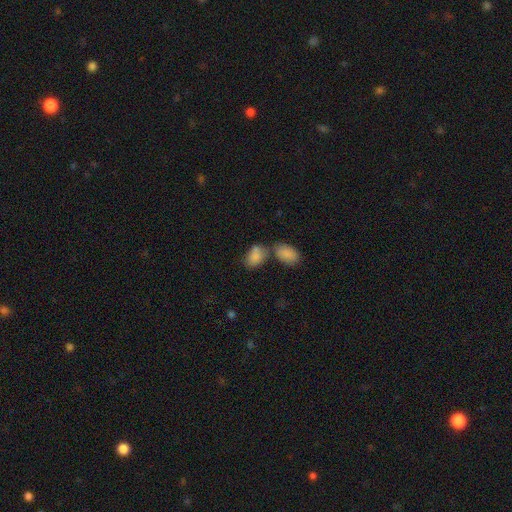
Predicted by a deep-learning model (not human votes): A smooth galaxy with no disk features (84%) that is in between round and cigar-shaped (89%).

Vote fractions:
- Smooth or featured? smooth: 84% / featured or disk: 8% / star or artifact: 8%
- How rounded? in between: 89% / round: 10% / cigar-shaped: 2%
- Merging? merger: 42% / none: 37% / minor disturbance: 15% / major disturbance: 6%